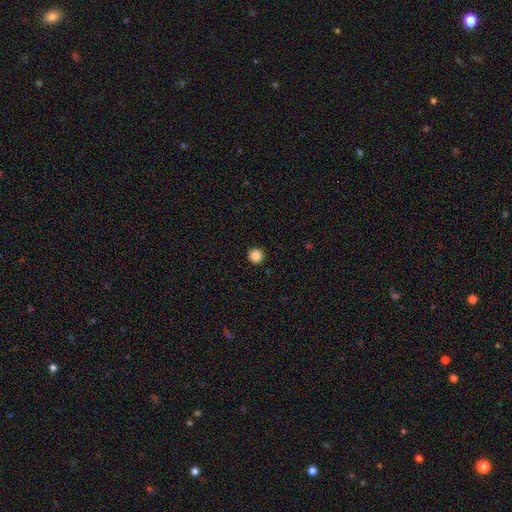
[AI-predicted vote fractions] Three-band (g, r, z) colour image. It shows a smooth galaxy with no disk features (86%) that is round (96%). Merging: none (94%).